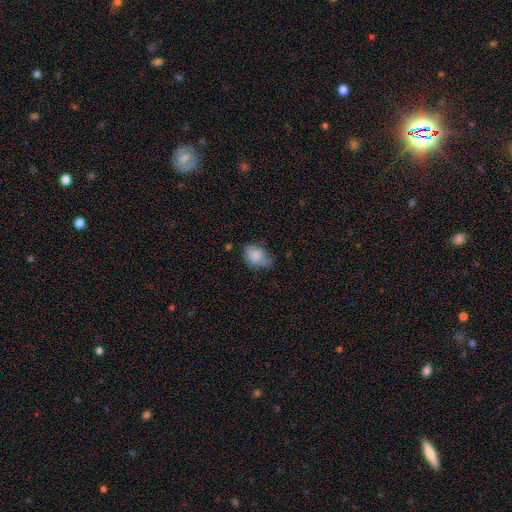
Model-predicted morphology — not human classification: smooth 76%, featured or disk 15%, star or artifact 9%. Down the decision tree: how rounded — in between (77%); merging — none (49%).